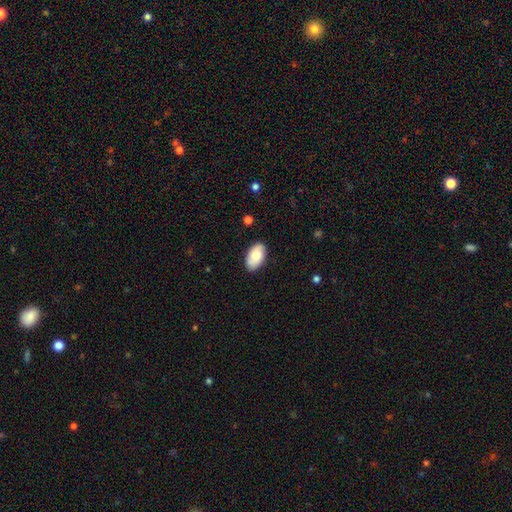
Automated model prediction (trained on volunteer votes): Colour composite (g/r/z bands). It shows a smooth galaxy with no disk features (77%) that is in between round and cigar-shaped (95%). Merging: none (85%).